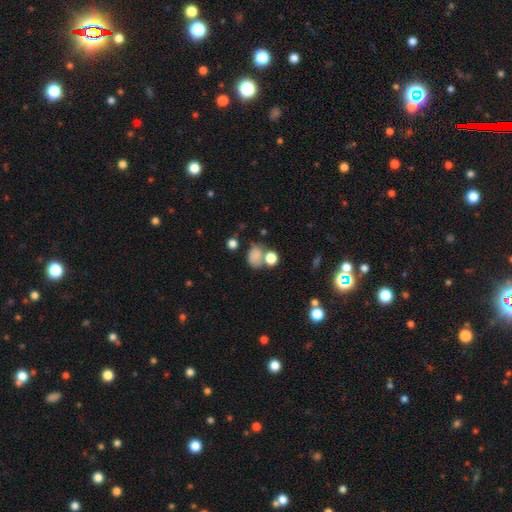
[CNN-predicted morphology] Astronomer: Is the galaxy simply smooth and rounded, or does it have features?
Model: smooth — 79%.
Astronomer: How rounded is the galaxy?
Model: in between — 57% (runner-up: round, 42%).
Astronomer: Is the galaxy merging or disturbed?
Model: none — 49% (runner-up: merger, 26%).